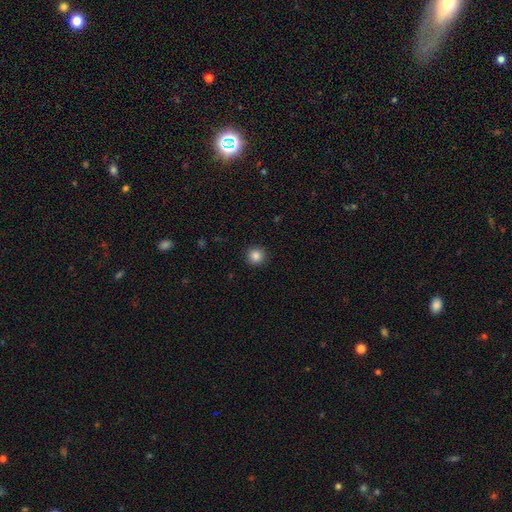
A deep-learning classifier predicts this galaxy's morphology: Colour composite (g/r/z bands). It shows a smooth galaxy with no disk features (86%) that is round (94%). Merging: none (92%).